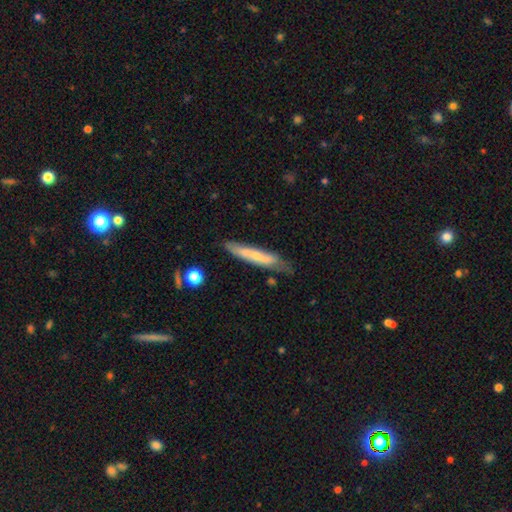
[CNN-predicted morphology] This appears to be a smooth galaxy with no disk features (48%). Merging: none (67%).